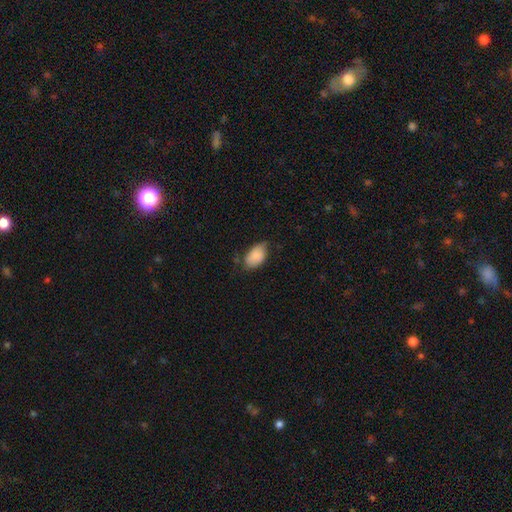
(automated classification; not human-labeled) Morphology: type=smooth (81%); roundness=in between (92%); merging=none (53%).